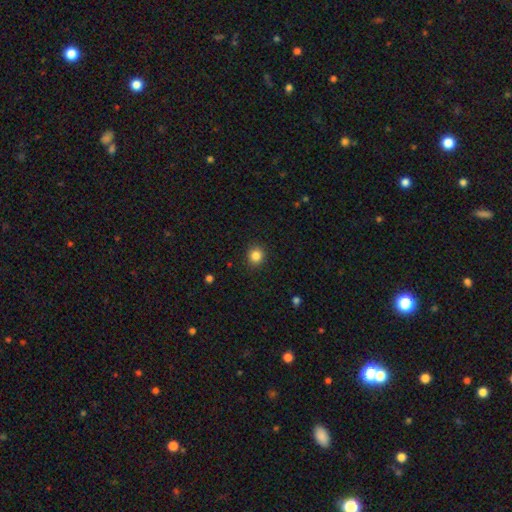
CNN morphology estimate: A smooth galaxy with no disk features (85%) that is round (89%). Merging: none (90%).